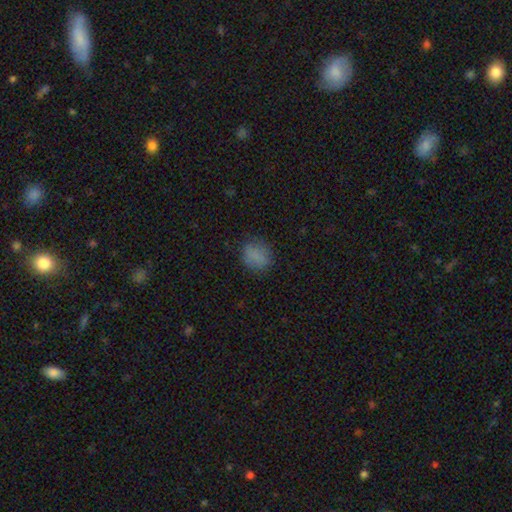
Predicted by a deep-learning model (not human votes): smooth_or_featured: smooth (p=0.82) [alt: star or artifact p=0.11]
how_rounded: round (p=0.69) [alt: in between p=0.29]
merging: none (p=0.82) [alt: minor disturbance p=0.13]